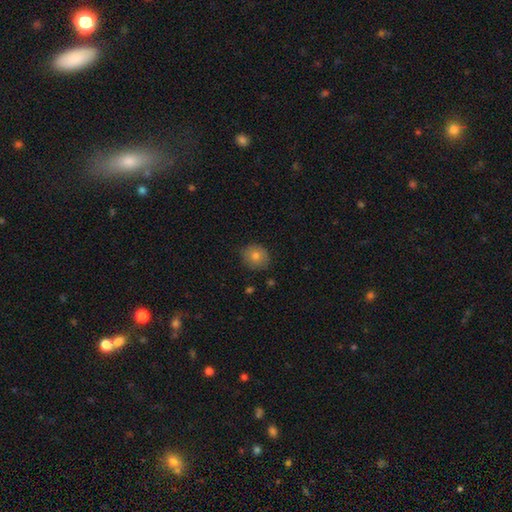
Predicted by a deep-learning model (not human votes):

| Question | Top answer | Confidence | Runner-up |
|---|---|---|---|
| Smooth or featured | smooth | 78% | featured or disk (13%) |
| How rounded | round | 81% | in between (18%) |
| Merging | none | 84% | minor disturbance (13%) |